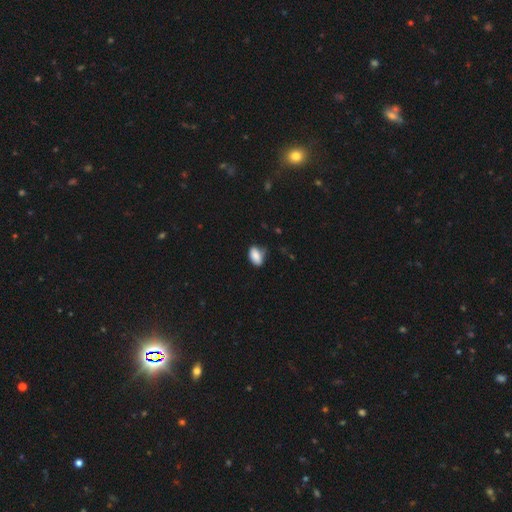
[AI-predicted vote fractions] Overall: smooth (86%). How rounded: in between (90%). Merging: none (60%; minor disturbance 31%).